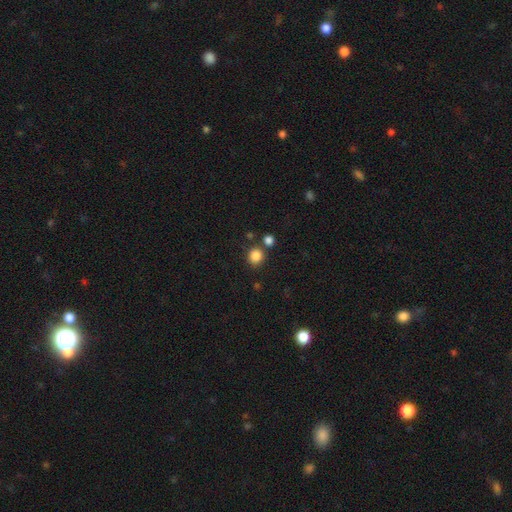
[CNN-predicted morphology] This appears to be a smooth galaxy with no disk features (85%) that is round (78%). Merging: none (76%).